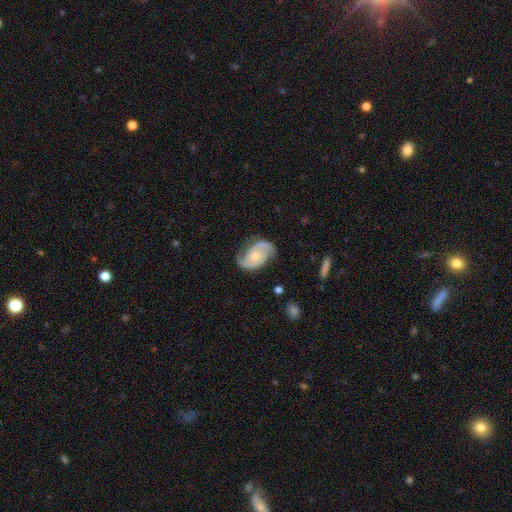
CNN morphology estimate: The model was most divided on "bulge size": moderate: 48%, small: 43%, none: 4%, large: 3%, dominant: 1%. Remaining: edge-on disk — no (97%); spiral arms — yes (95%); spiral arm count — 2 (90%); smooth or featured — featured or disk (81%); merging — none (71%); bar — no (65%); spiral winding — medium (47%).